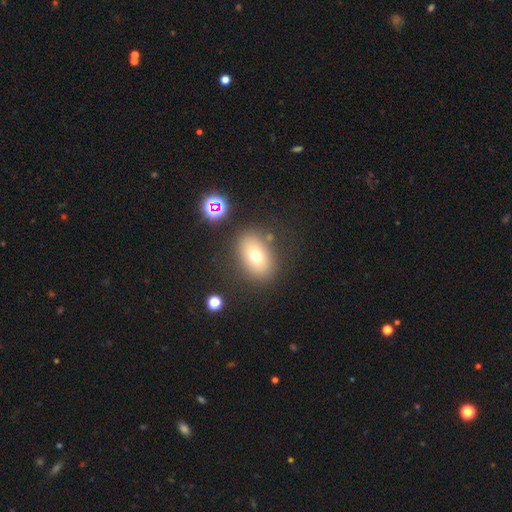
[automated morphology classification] smooth_or_featured: smooth (p=0.70) [alt: featured or disk p=0.16]
how_rounded: in between (p=0.72) [alt: round p=0.27]
merging: none (p=0.80) [alt: minor disturbance p=0.11]